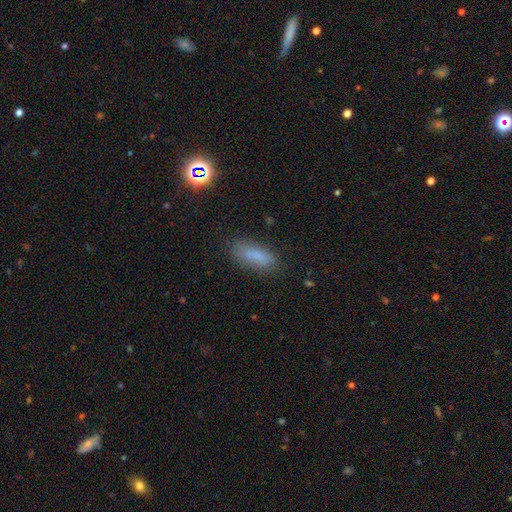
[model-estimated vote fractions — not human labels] This appears to be a smooth galaxy with no disk features (78%) that is in between round and cigar-shaped (69%). Merging: none (77%).